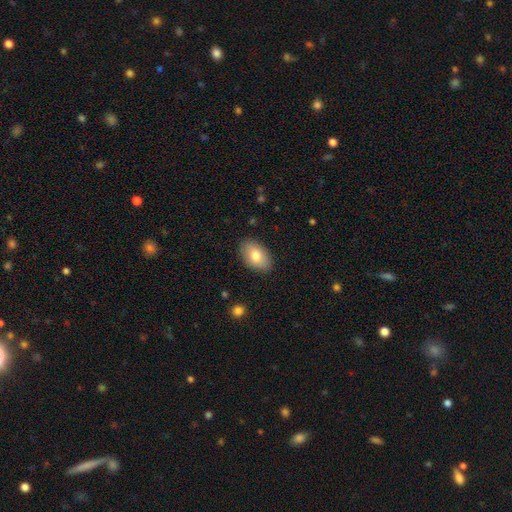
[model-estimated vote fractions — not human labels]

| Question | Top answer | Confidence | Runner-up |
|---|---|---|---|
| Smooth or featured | smooth | 78% | featured or disk (15%) |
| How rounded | in between | 92% | round (7%) |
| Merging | none | 87% | minor disturbance (10%) |